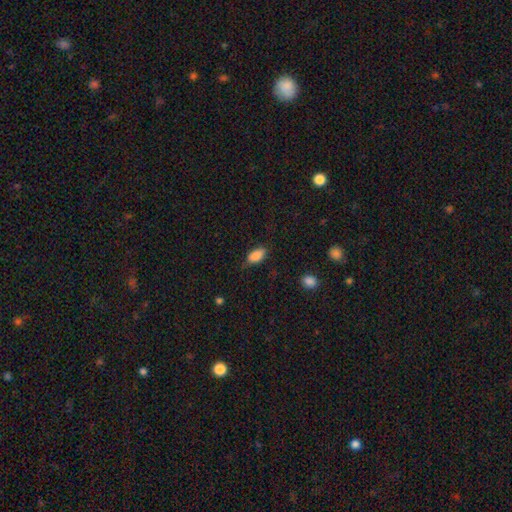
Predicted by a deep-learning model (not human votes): This appears to be a smooth galaxy with no disk features (86%) that is in between round and cigar-shaped (90%). Merging: none (69%).